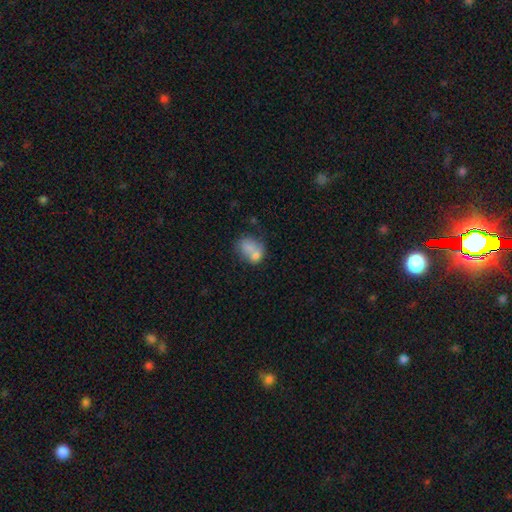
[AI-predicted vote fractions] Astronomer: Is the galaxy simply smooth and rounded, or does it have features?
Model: smooth — 71%.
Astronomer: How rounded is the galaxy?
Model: in between — 57% (runner-up: round, 41%).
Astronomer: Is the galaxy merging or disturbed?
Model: merger — 46% (runner-up: none, 30%).